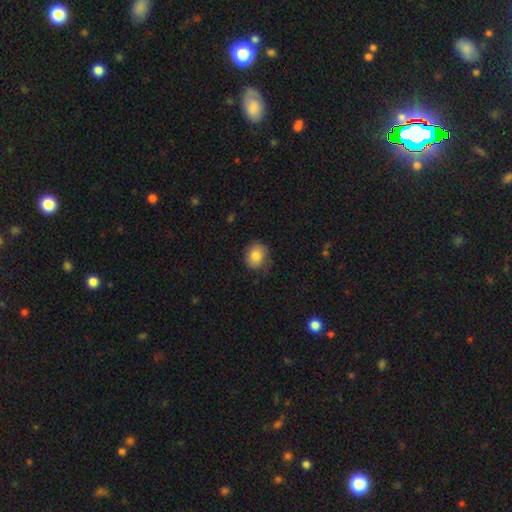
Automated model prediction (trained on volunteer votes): Smooth or featured? smooth (83%)
How rounded? round (61%)
Merging? none (76%)